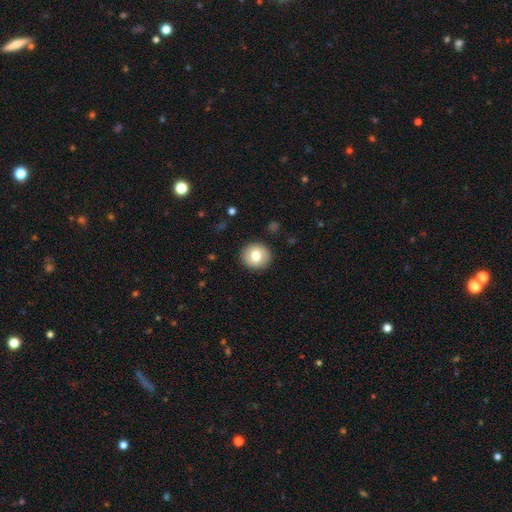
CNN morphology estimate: The model was most divided on "smooth or featured": smooth: 78%, featured or disk: 14%, star or artifact: 8%. More confident: merging — none (91%); how rounded — round (91%).